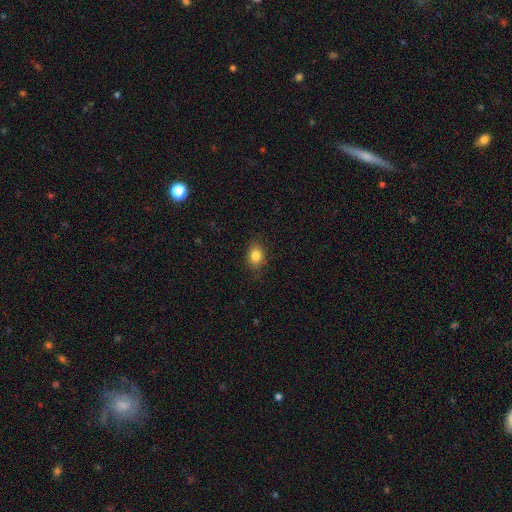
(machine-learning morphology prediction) Q: Smooth or featured?
A: smooth (83%); runner-up: star or artifact (10%)
Q: How rounded?
A: in between (60%); runner-up: round (39%)
Q: Merging?
A: none (84%); runner-up: minor disturbance (12%)